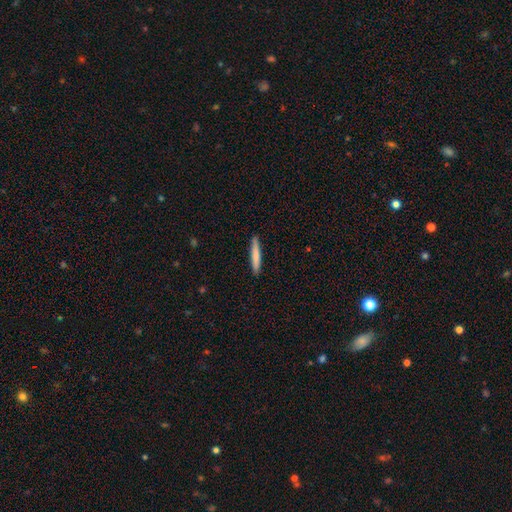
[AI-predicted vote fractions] The model was most divided on "smooth or featured": smooth: 76%, featured or disk: 19%, star or artifact: 5%. More confident: how rounded — cigar-shaped (93%); merging — none (88%).